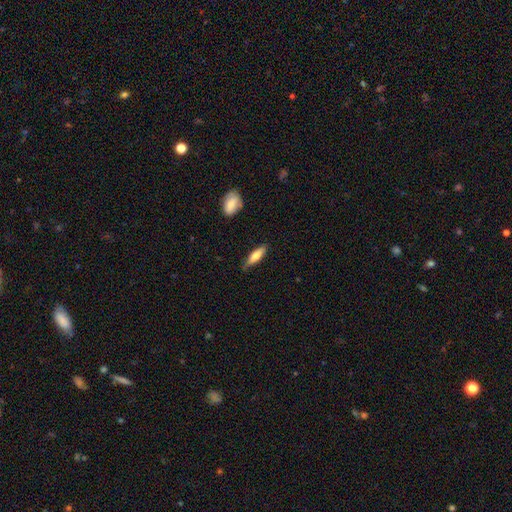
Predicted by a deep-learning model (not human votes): smooth 74%, featured or disk 21%, star or artifact 6%. Down the decision tree: how rounded — cigar-shaped (55%); merging — none (76%).